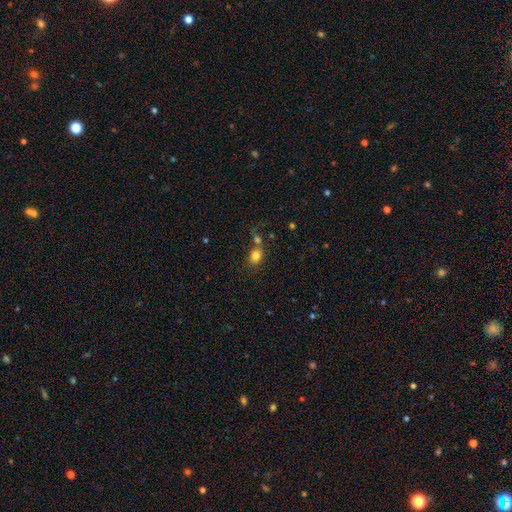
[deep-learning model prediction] Smooth or featured? Predicted: smooth (p=0.81). How rounded? Predicted: in between (p=0.56). Merging? Predicted: none (p=0.53).